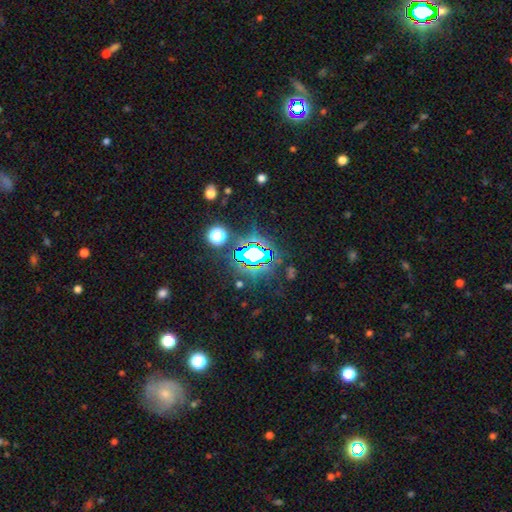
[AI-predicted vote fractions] A star or artifact, not a galaxy (72%).